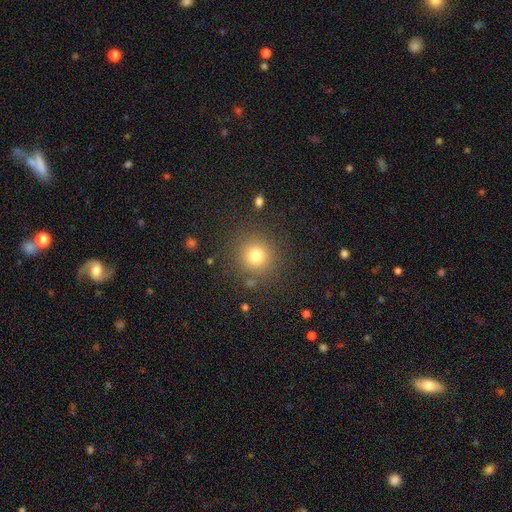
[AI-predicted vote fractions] A smooth galaxy with no disk features (77%) that is round (93%).

Vote fractions:
- Smooth or featured? smooth: 77% / star or artifact: 15% / featured or disk: 8%
- How rounded? round: 93% / in between: 6% / cigar-shaped: 1%
- Merging? none: 85% / minor disturbance: 8% / major disturbance: 4% / merger: 3%